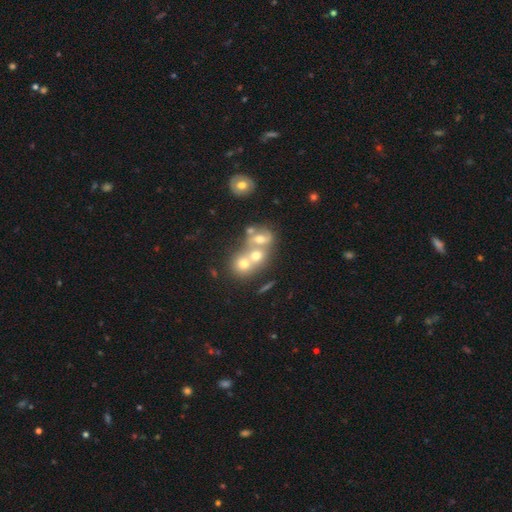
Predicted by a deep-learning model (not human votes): Morphology: type=smooth (56%); roundness=round (62%); merging=merger (63%).